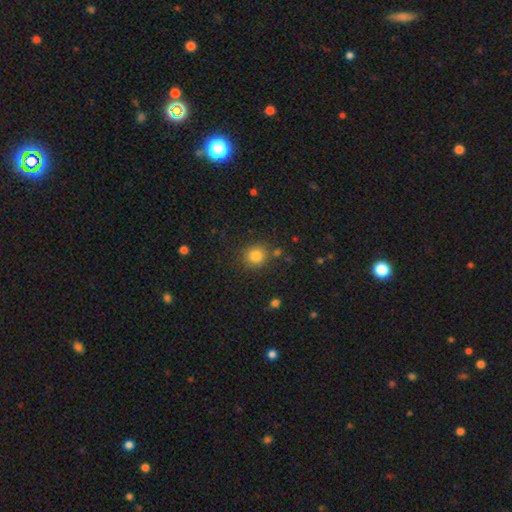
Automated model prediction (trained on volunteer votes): This is clearly a smooth galaxy (83%). How rounded: clearly round (85%). Merging: clearly none (82%).